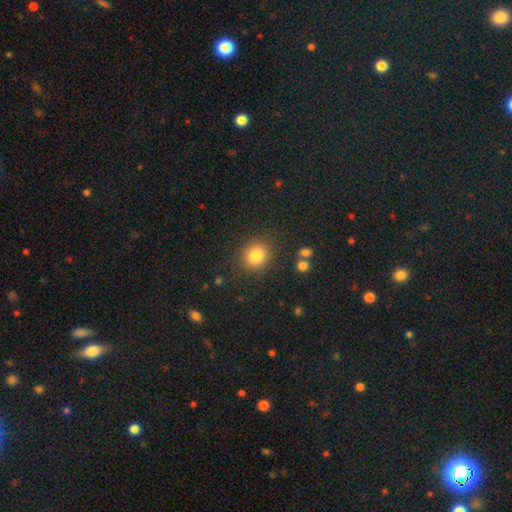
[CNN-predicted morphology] smooth_or_featured: smooth (p=0.82) [alt: star or artifact p=0.11]
how_rounded: round (p=0.79) [alt: in between p=0.20]
merging: none (p=0.85) [alt: minor disturbance p=0.09]